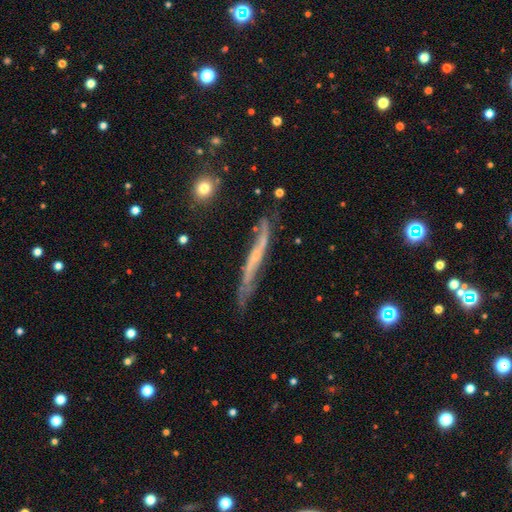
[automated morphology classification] smooth-or-featured: featured or disk: 73% | smooth: 19% | star or artifact: 8%
  disk-edge-on: yes: 71% | no: 29%
    edge-on-bulge: none: 66% | rounded: 27% | boxy: 6%
  merging: none: 62% | minor disturbance: 26% | major disturbance: 9% | merger: 3%